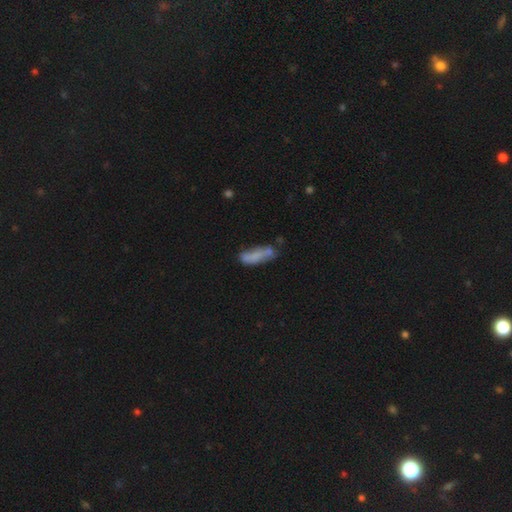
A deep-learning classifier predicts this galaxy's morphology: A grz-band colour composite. It shows a smooth galaxy with no disk features (68%) that is cigar-shaped (54%). Merging: none (45%).